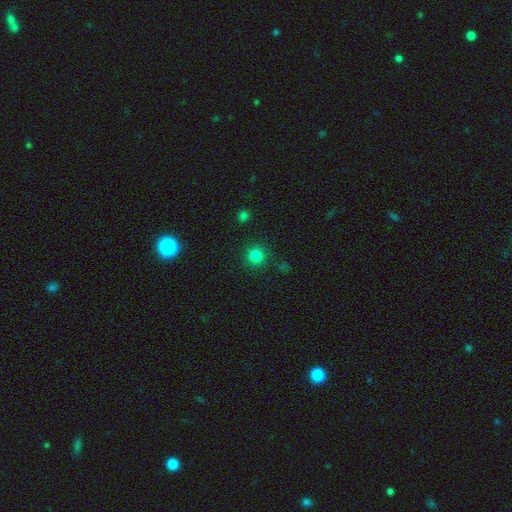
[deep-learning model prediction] smooth_or_featured: smooth (p=0.81) [alt: star or artifact p=0.14]
how_rounded: round (p=0.94) [alt: in between p=0.05]
merging: none (p=0.86) [alt: minor disturbance p=0.08]